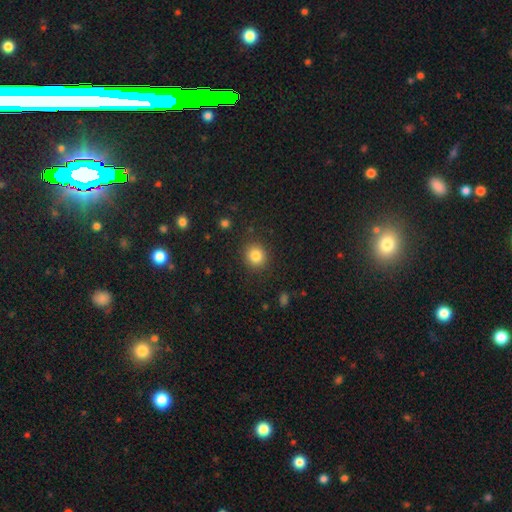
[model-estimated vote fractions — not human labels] smooth_or_featured: smooth (p=0.83) [alt: star or artifact p=0.11]
how_rounded: round (p=0.84) [alt: in between p=0.15]
merging: none (p=0.89) [alt: minor disturbance p=0.07]